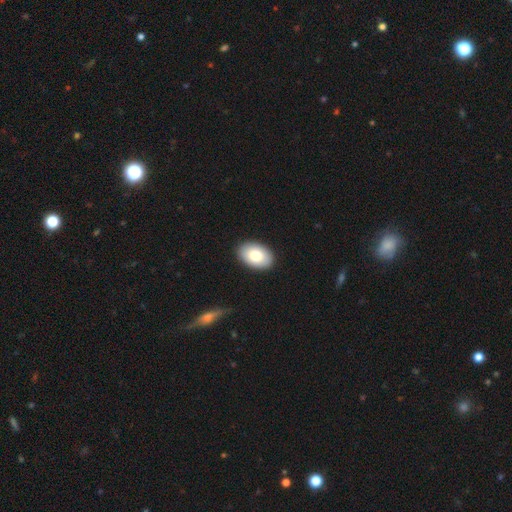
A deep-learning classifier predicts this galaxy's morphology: This appears to be a smooth galaxy with no disk features (82%) that is in between round and cigar-shaped (89%). Merging: none (89%).